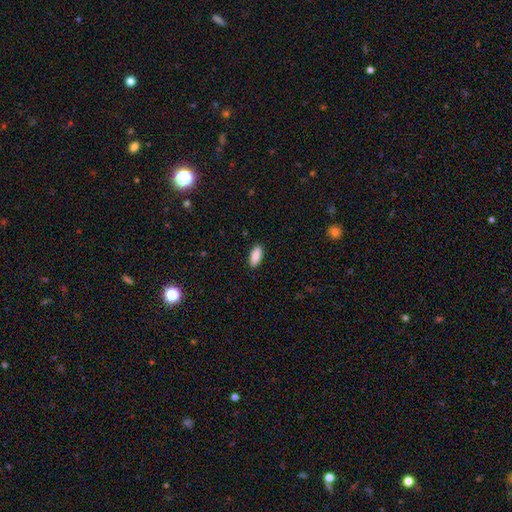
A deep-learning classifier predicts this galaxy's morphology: A smooth galaxy with no disk features (90%) that is in between round and cigar-shaped (85%). Merging: none (90%).